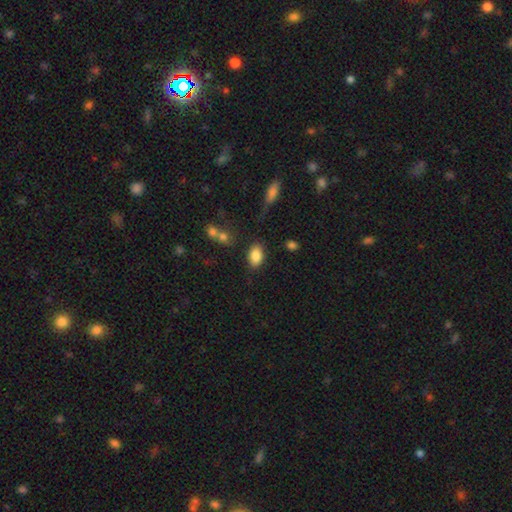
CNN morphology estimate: This is clearly a smooth galaxy (86%). How rounded: clearly in between (90%). Merging: clearly none (81%).